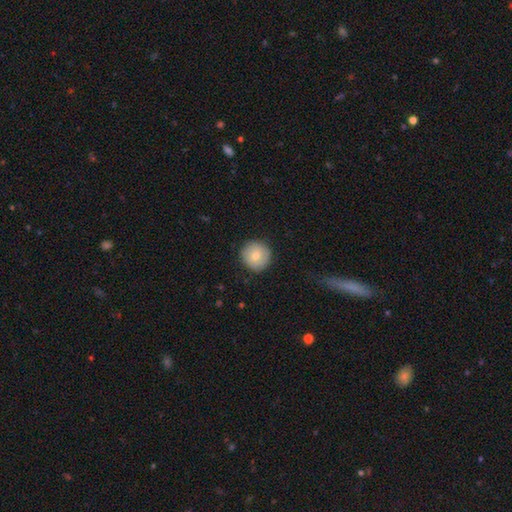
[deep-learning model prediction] Smooth or featured? smooth (73%)
How rounded? round (95%)
Merging? none (88%)